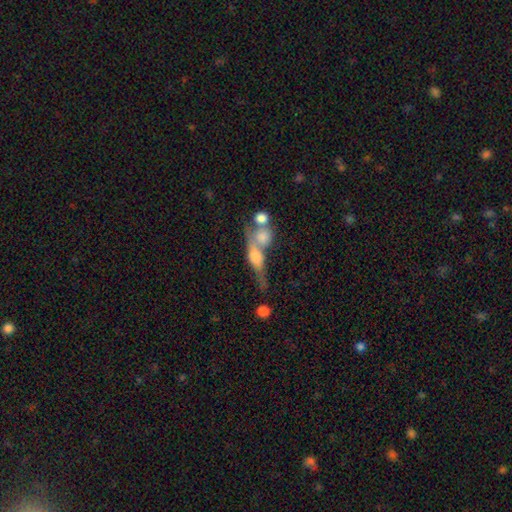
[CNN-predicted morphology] Overall: smooth (46%; featured or disk 42%). Merging: merger (51%; none 26%).